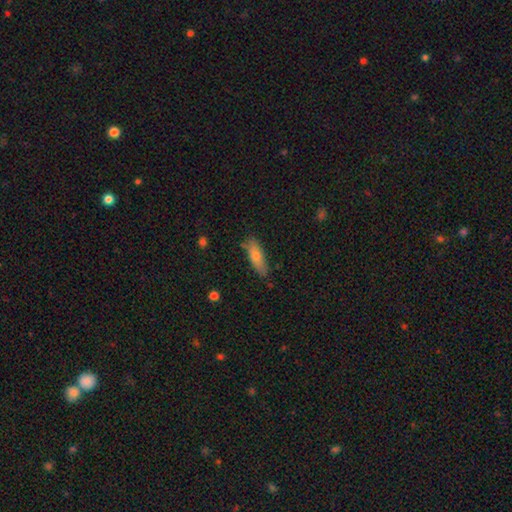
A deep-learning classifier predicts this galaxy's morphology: The model was most divided on "how rounded": cigar-shaped: 55%, in between: 43%, round: 2%. More confident: merging — none (80%); smooth or featured — smooth (70%).